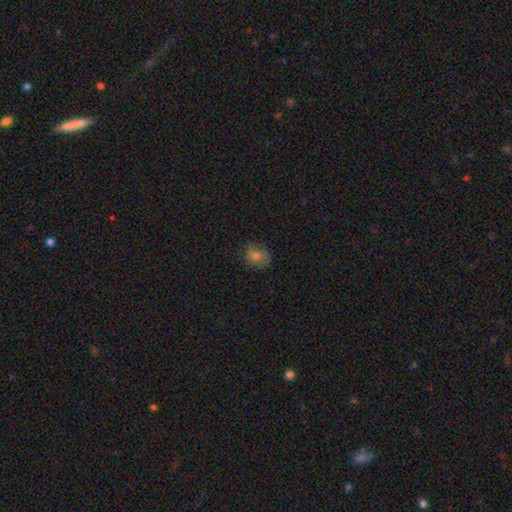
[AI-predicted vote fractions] smooth 68%, featured or disk 18%, star or artifact 14%. Down the decision tree: how rounded — round (65%); merging — none (65%).